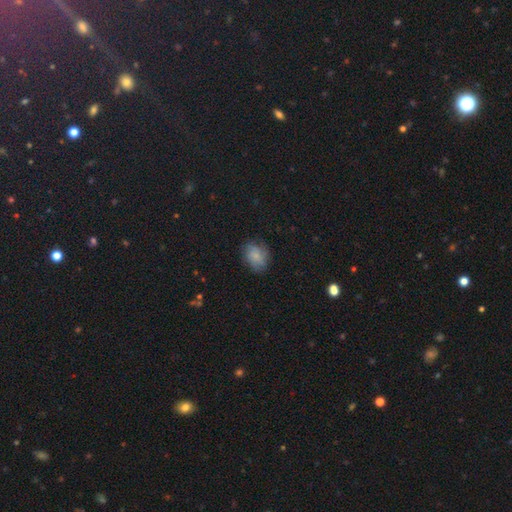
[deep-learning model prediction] Smooth or featured? Predicted: smooth (p=0.78). How rounded? Predicted: in between (p=0.65). Merging? Predicted: none (p=0.75).